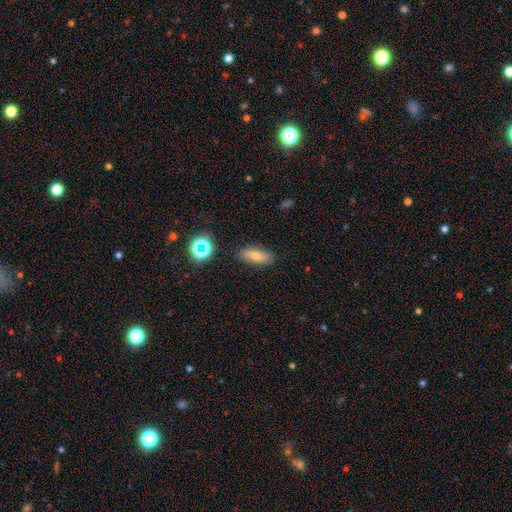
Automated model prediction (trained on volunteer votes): Smooth or featured? smooth (67%)
How rounded? in between (70%)
Merging? none (84%)